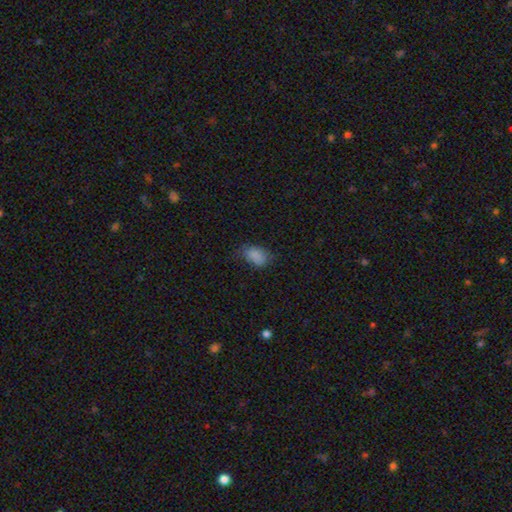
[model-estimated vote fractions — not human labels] Morphology: type=smooth (82%); roundness=in between (84%); merging=none (53%).